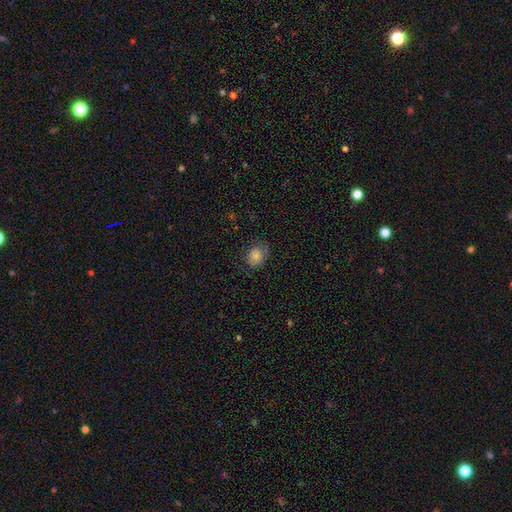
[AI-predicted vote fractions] This appears to be a smooth galaxy with no disk features (81%) that is in between round and cigar-shaped (51%). Merging: none (69%).